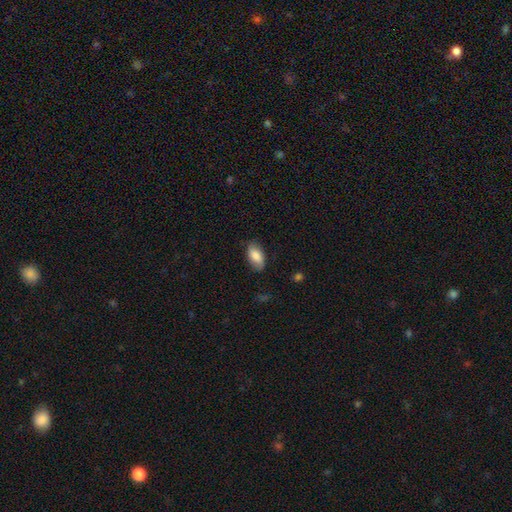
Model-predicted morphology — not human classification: Q: Smooth or featured?
A: smooth (83%); runner-up: featured or disk (11%)
Q: How rounded?
A: in between (93%); runner-up: cigar-shaped (4%)
Q: Merging?
A: none (79%); runner-up: minor disturbance (17%)